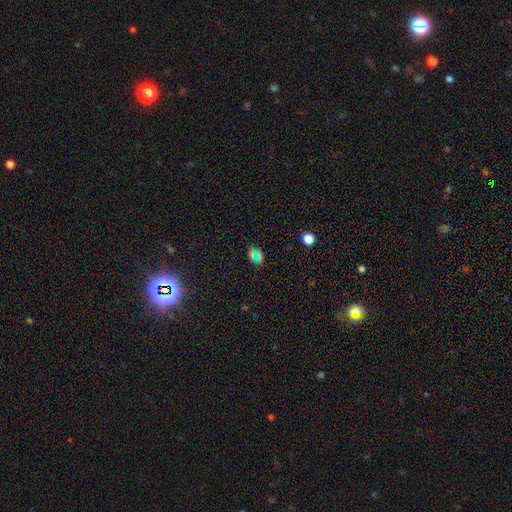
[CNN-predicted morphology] Smooth or featured? Predicted: star or artifact (p=0.44, tied with smooth).